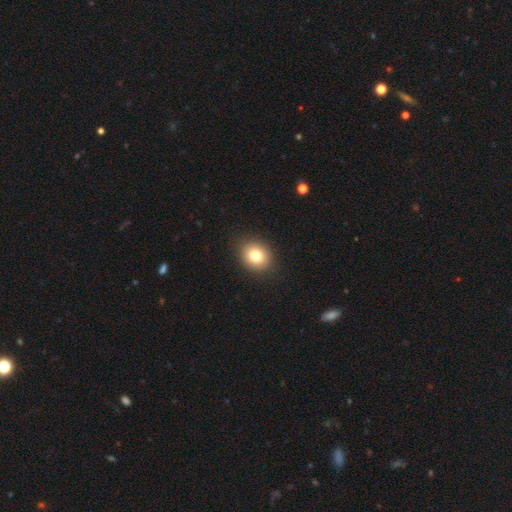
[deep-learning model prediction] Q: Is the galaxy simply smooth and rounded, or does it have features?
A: smooth — 79%.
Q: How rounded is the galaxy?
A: round — 64%.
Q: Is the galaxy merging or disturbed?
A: none — 89%.